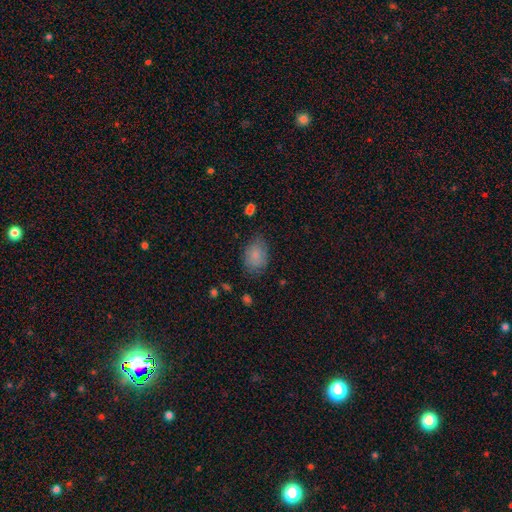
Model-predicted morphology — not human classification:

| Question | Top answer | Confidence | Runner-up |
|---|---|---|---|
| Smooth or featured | smooth | 82% | featured or disk (10%) |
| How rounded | in between | 72% | round (27%) |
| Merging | none | 69% | minor disturbance (23%) |